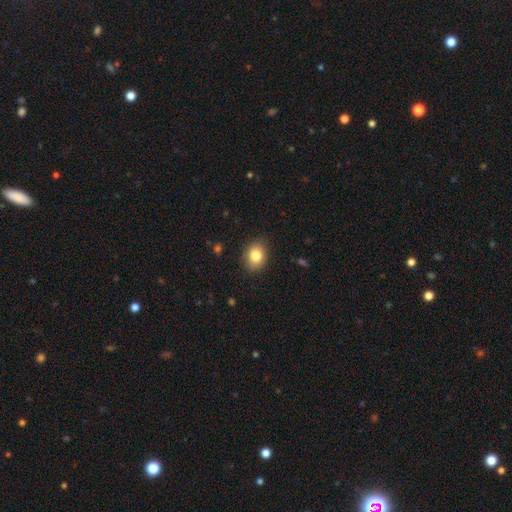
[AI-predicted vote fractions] This is clearly a smooth galaxy (83%). How rounded: possibly in between (55%). Merging: clearly none (87%).